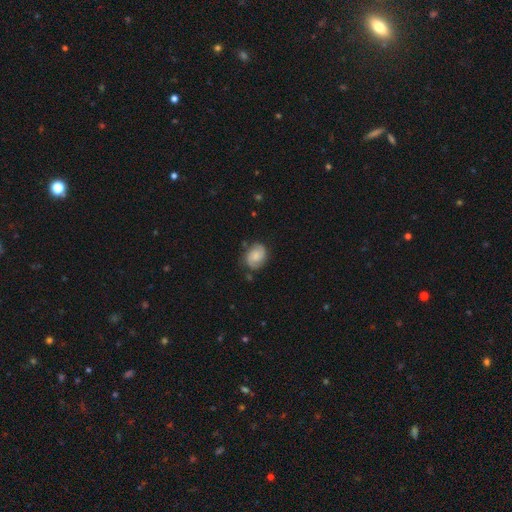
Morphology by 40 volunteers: smooth-or-featured: featured or disk: 72% | smooth: 25% | star or artifact: 2%
  disk-edge-on: no: 100% | yes: 0%
    bar: weak: 52% | no: 48% | strong: 0%
    has-spiral-arms: yes: 100% | no: 0%
      spiral-winding: medium: 59% | tight: 28% | loose: 14%
      spiral-arm-count: 2: 100% | 1: 0% | 3: 0% | 4: 0% | more than 4: 0% | can't tell: 0%
    bulge-size: moderate: 45% | small: 41% | none: 14% | dominant: 0% | large: 0%
  merging: none: 87% | minor disturbance: 10% | merger: 3% | major disturbance: 0%